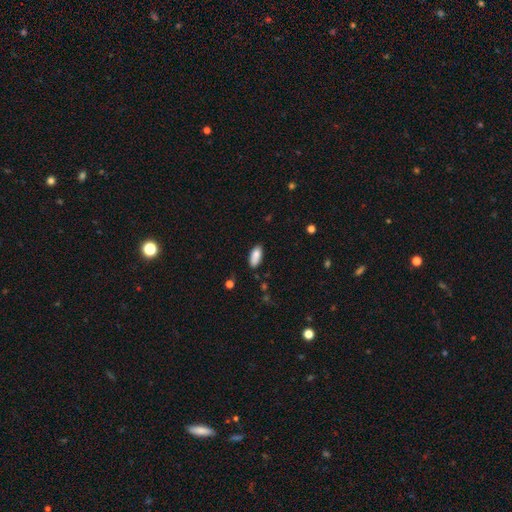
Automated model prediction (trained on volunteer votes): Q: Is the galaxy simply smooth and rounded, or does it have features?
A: smooth — 86%.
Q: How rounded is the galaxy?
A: in between — 88%.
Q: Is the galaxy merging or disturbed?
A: none — 80%.